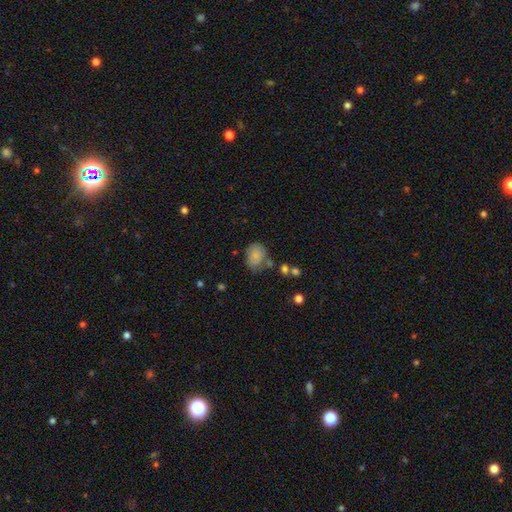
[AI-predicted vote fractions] Q: Smooth or featured?
A: smooth (81%); runner-up: featured or disk (10%)
Q: How rounded?
A: in between (62%); runner-up: round (37%)
Q: Merging?
A: none (58%); runner-up: minor disturbance (25%)